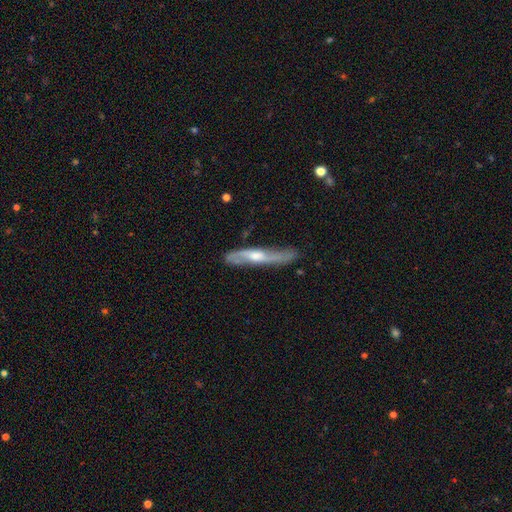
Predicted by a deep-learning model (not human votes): Smooth or featured?
  - featured or disk: 71% *
  - smooth: 24%
  - star or artifact: 5%
Edge-on disk?
  - yes: 55% *
  - no: 45%
Merging?
  - none: 74% *
  - minor disturbance: 19%
  - major disturbance: 5%
  - merger: 2%